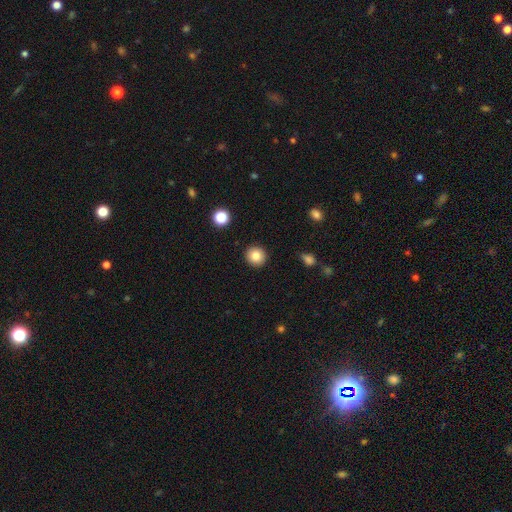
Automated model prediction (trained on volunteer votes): Overall: smooth (83%). How rounded: round (93%). Merging: none (92%).